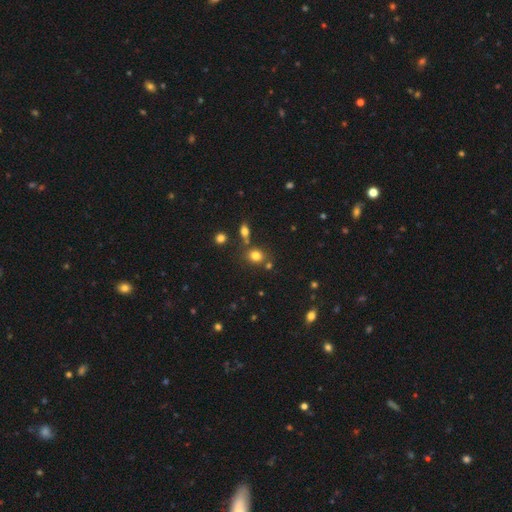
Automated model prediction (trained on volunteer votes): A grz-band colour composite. It shows a smooth galaxy with no disk features (78%) that is round (67%). Merging: none (70%).